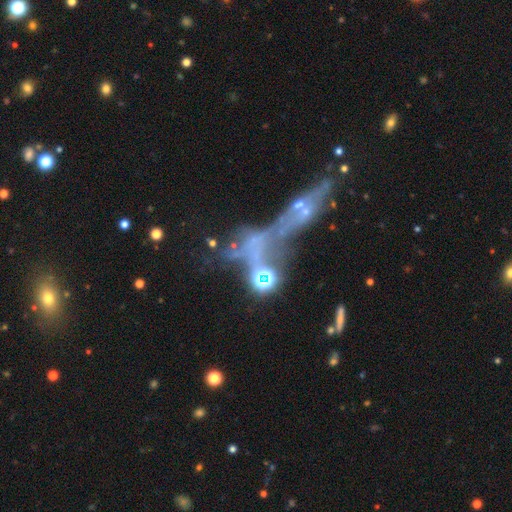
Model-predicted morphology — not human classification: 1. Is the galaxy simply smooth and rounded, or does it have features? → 38% star or artifact, 36% featured or disk, 26% smooth.